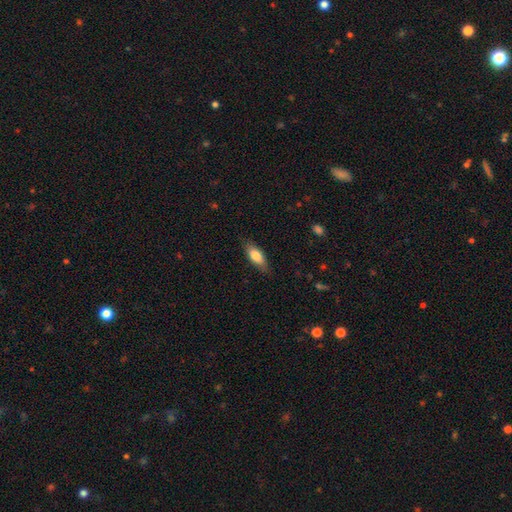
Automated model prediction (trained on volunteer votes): Morphology: type=smooth (79%); roundness=in between (74%); merging=none (80%).